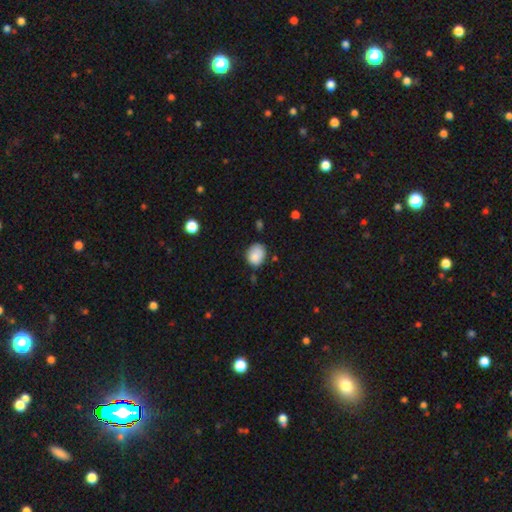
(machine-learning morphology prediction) type=smooth (85%); roundness=in between (52%); merging=none (62%).